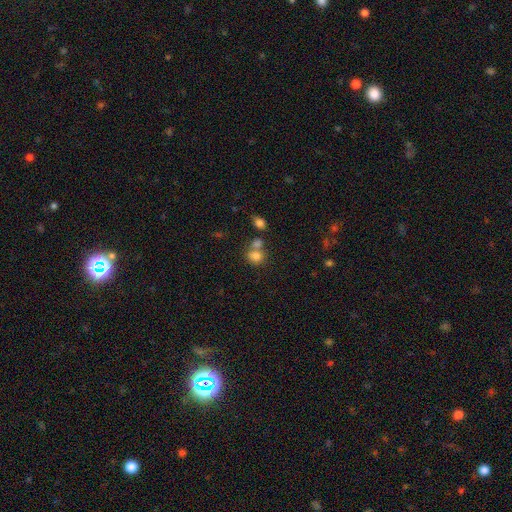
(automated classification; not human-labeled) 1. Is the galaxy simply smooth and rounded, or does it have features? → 79% smooth, 12% star or artifact, 9% featured or disk.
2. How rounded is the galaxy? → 64% round, 35% in between, 1% cigar-shaped.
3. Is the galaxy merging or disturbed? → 46% none, 38% merger, 11% minor disturbance, 5% major disturbance.